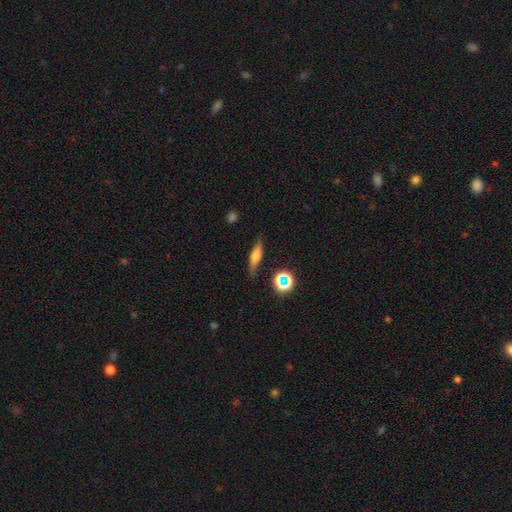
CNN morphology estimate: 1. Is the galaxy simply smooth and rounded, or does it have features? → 50% smooth, 39% featured or disk, 11% star or artifact.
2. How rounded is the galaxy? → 66% cigar-shaped, 29% in between, 6% round.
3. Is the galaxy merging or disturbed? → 80% none, 14% minor disturbance, 4% major disturbance, 2% merger.